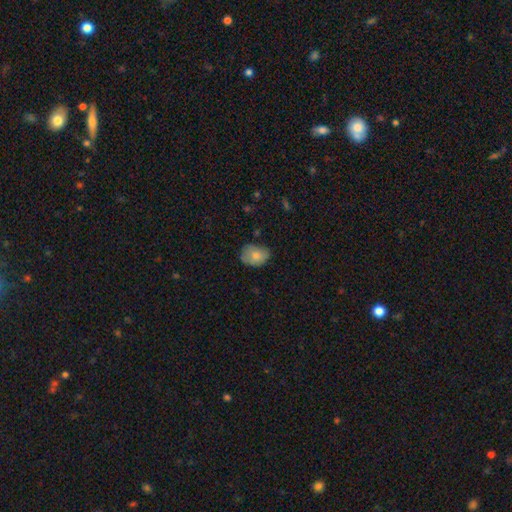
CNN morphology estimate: Overall: smooth (77%). How rounded: in between (67%; round 32%). Merging: none (58%; minor disturbance 32%).